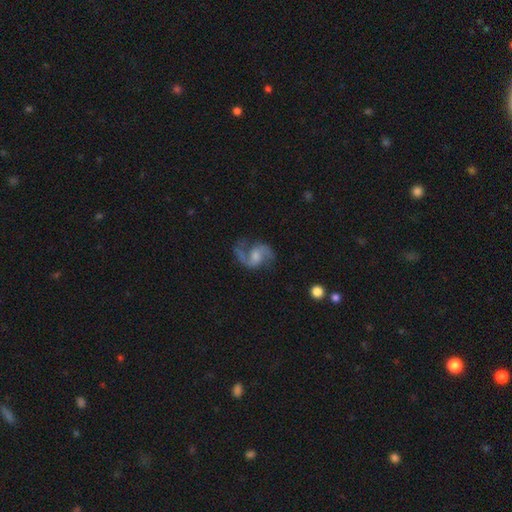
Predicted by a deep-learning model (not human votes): Morphology: type=featured or disk (88%); edge-on=no (98%); bar=weak (50%); spiral arms=yes (97%); winding=medium (47%); arm count=2 (92%); bulge=moderate (41%); merging=none (74%).